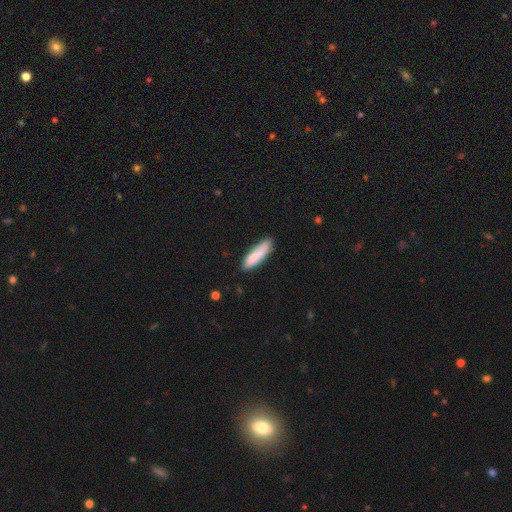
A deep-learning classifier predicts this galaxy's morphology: smooth 81%, featured or disk 13%, star or artifact 6%. Down the decision tree: how rounded — cigar-shaped (59%); merging — none (70%).